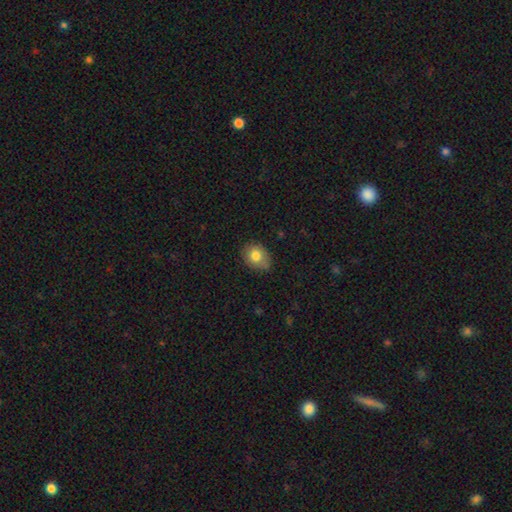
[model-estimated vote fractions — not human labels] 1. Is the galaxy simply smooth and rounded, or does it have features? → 81% smooth, 10% featured or disk, 9% star or artifact.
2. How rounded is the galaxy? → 57% in between, 42% round, 1% cigar-shaped.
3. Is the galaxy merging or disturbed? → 70% none, 24% minor disturbance, 4% major disturbance, 2% merger.